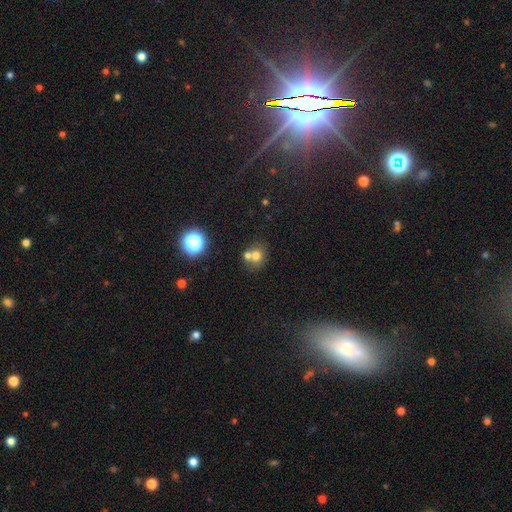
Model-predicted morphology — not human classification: Smooth or featured? smooth (68%)
How rounded? round (71%)
Merging? merger (44%, tied with none)